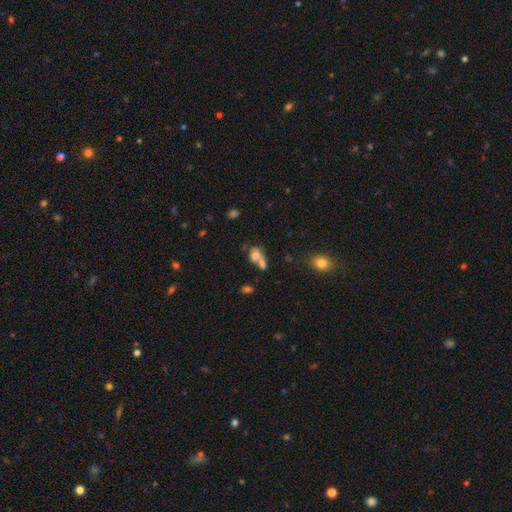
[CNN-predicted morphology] smooth 70%, featured or disk 18%, star or artifact 13%. Down the decision tree: how rounded — in between (58%); merging — merger (58%).